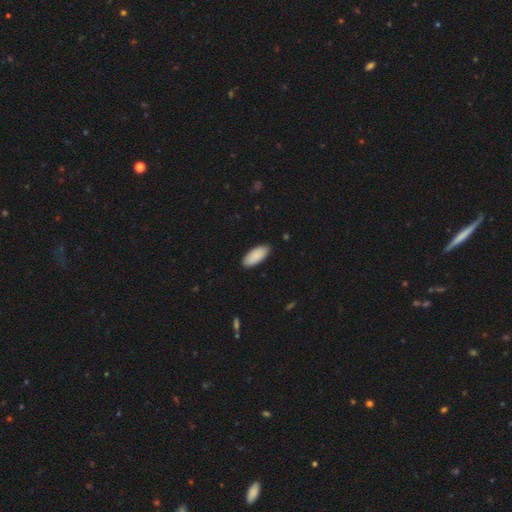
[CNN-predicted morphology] This appears to be a smooth galaxy with no disk features (90%) that is in between round and cigar-shaped (88%). Merging: none (88%).